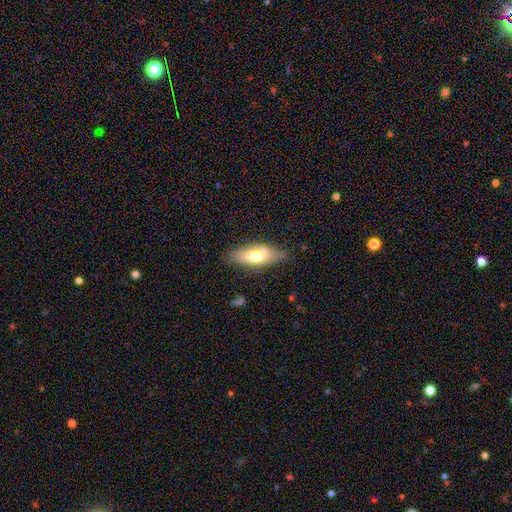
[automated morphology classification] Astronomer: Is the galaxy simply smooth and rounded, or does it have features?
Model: smooth — 54% (runner-up: featured or disk, 39%).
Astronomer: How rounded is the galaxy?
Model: in between — 75%.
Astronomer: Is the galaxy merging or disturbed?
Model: none — 68%.